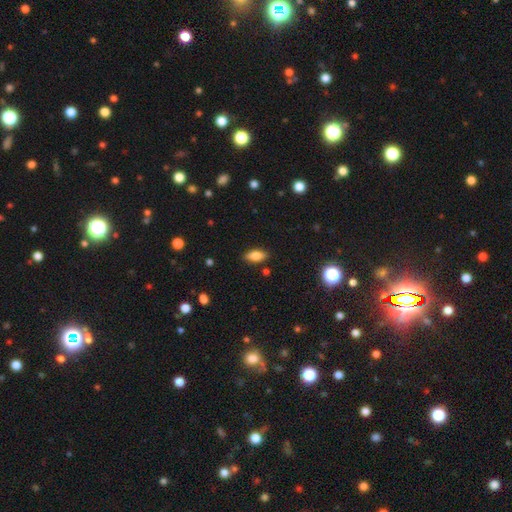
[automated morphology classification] Overall: smooth (80%). How rounded: in between (86%). Merging: none (86%).